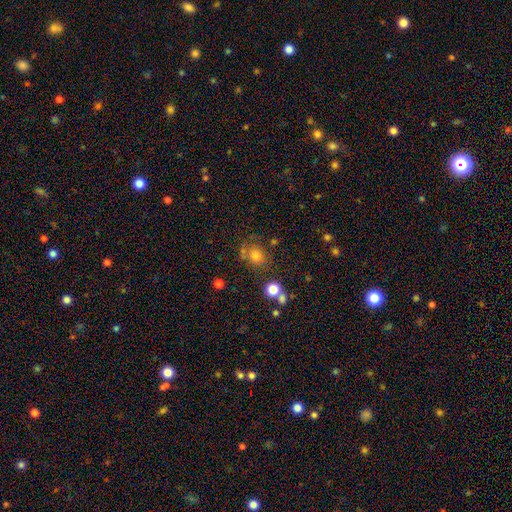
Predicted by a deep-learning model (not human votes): Smooth or featured? smooth (73%)
How rounded? round (70%)
Merging? none (63%)